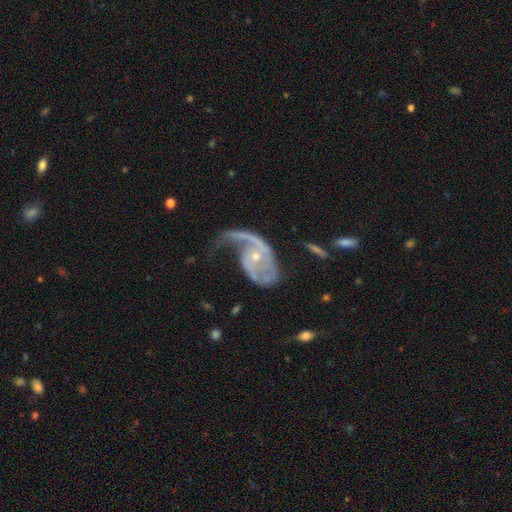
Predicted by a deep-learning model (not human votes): Morphology: type=featured or disk (87%); edge-on=no (97%); bar=no (68%); spiral arms=yes (92%); winding=loose (44%); arm count=1 (45%); bulge=small (66%); merging=major disturbance (45%).